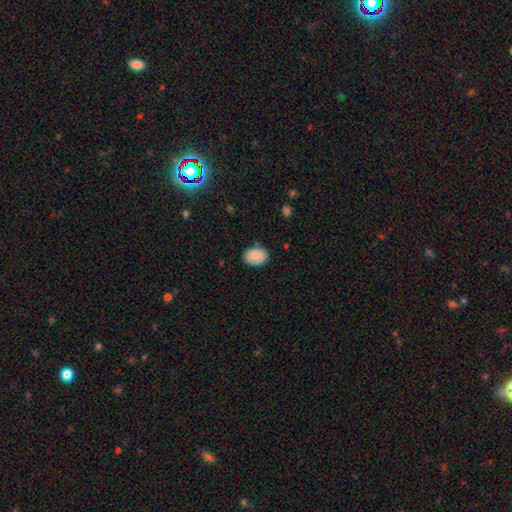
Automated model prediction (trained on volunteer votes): Overall: smooth (86%). How rounded: in between (71%). Merging: none (82%).